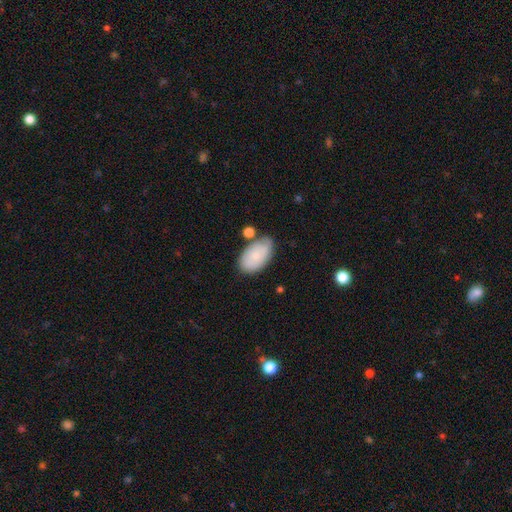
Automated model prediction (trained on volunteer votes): smooth-or-featured: smooth: 70% | featured or disk: 24% | star or artifact: 7%
  how-rounded: in between: 94% | round: 5% | cigar-shaped: 1%
  merging: none: 61% | minor disturbance: 24% | merger: 9% | major disturbance: 6%